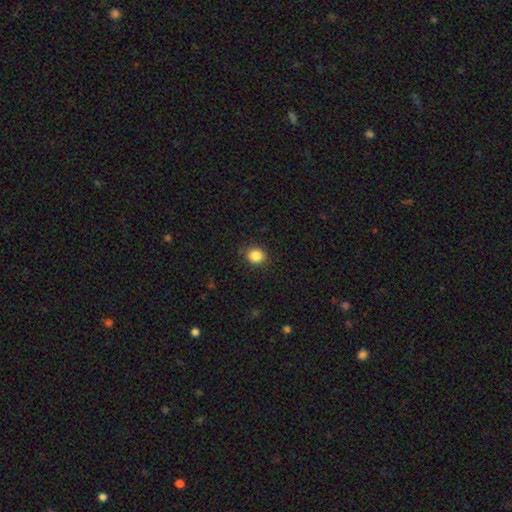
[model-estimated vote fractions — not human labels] Smooth or featured?
  - smooth: 86% *
  - star or artifact: 10%
  - featured or disk: 4%
How rounded?
  - round: 76% *
  - in between: 23%
  - cigar-shaped: 1%
Merging?
  - none: 85% *
  - minor disturbance: 11%
  - major disturbance: 3%
  - merger: 1%